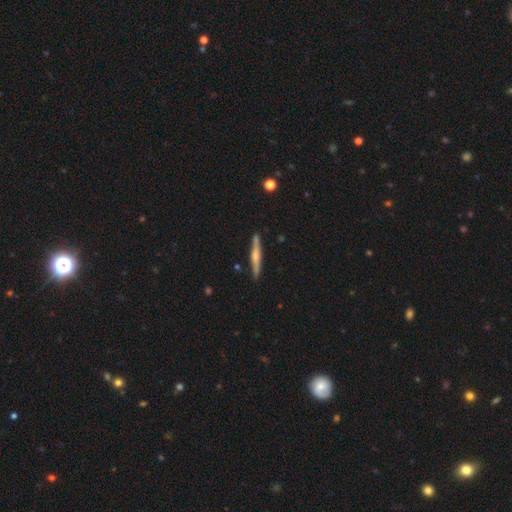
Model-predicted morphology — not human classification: This appears to be a featured or disk galaxy (57%) viewed edge-on (97%) with a rounded central bulge (67%). Merging: none (89%).